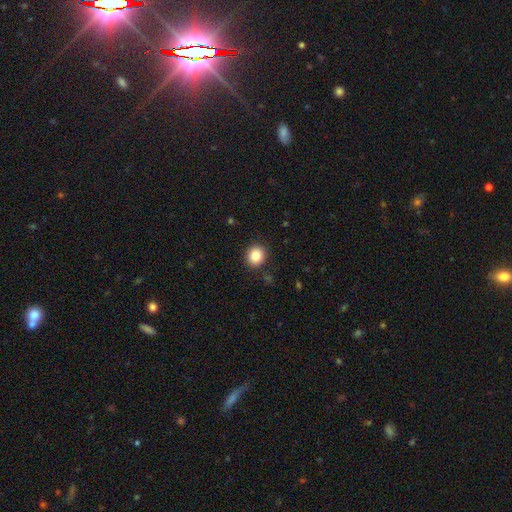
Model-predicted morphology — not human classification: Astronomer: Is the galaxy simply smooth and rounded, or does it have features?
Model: smooth — 85%.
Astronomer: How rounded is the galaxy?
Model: round — 81%.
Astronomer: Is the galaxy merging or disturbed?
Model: none — 90%.